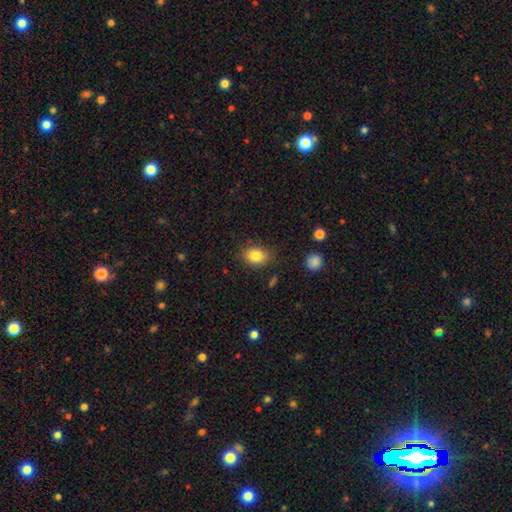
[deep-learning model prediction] Smooth or featured: smooth — 83% (star or artifact — 9%)
How rounded: in between — 66% (round — 33%)
Merging: none — 81% (minor disturbance — 14%)